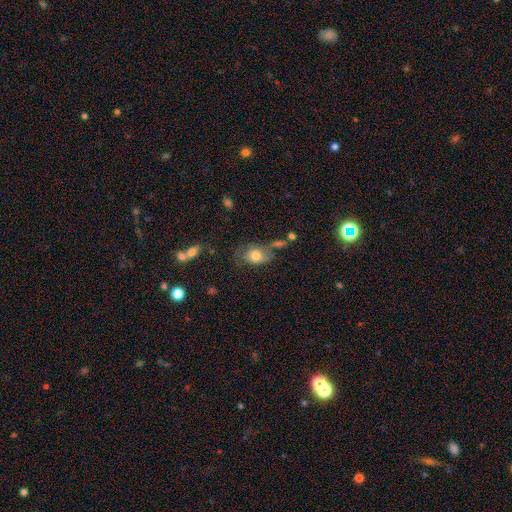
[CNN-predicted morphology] smooth 64%, featured or disk 28%, star or artifact 9%. Down the decision tree: how rounded — in between (74%); merging — none (37%).